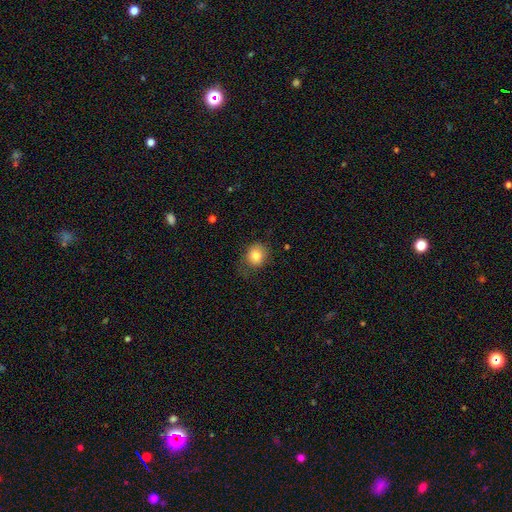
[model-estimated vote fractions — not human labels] smooth 81%, star or artifact 10%, featured or disk 9%. Down the decision tree: how rounded — round (71%); merging — none (65%).